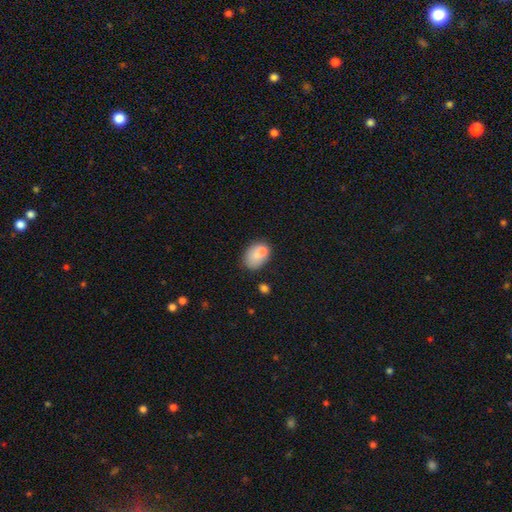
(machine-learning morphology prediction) A smooth galaxy with no disk features (72%) that is in between round and cigar-shaped (76%).

Vote fractions:
- Smooth or featured? smooth: 72% / featured or disk: 20% / star or artifact: 8%
- How rounded? in between: 76% / round: 23% / cigar-shaped: 1%
- Merging? none: 44% / merger: 31% / minor disturbance: 18% / major disturbance: 7%